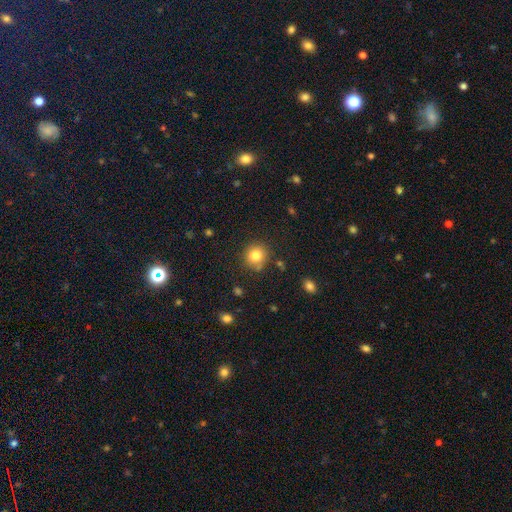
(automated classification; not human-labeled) The model was most divided on "merging": none: 81%, minor disturbance: 11%, merger: 5%, major disturbance: 3%. More confident: how rounded — round (88%); smooth or featured — smooth (81%).